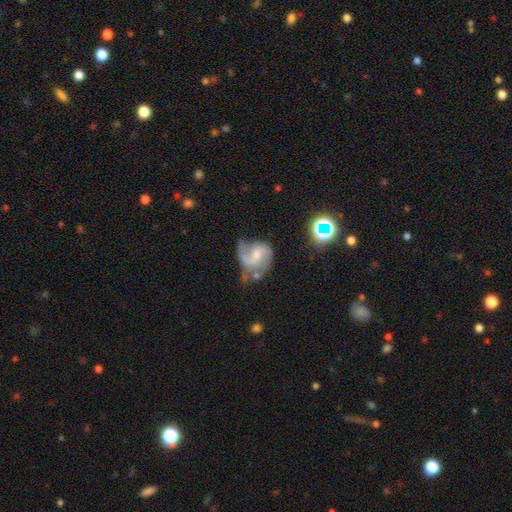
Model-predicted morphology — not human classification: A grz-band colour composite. It shows a featured or disk galaxy (78%) with a weak bar (49%), 2 (74%) medium (45%) spiral arms (92%) and a small central bulge (48%). Merging: none (42%).